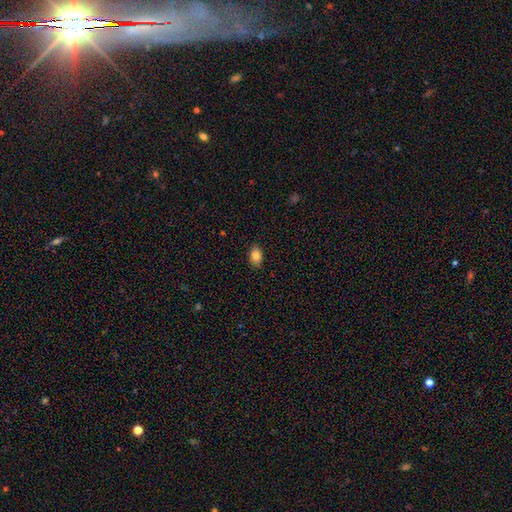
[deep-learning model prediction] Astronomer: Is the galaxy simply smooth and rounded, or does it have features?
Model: smooth — 86%.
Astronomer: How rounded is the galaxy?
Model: in between — 86%.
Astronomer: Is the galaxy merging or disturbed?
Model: none — 88%.